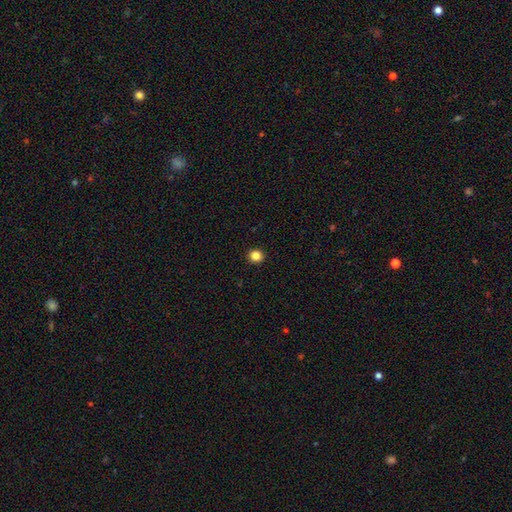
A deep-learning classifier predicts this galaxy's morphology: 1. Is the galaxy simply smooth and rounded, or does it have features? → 85% smooth, 11% star or artifact, 3% featured or disk.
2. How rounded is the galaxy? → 92% round, 7% in between, 1% cigar-shaped.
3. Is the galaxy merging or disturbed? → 93% none, 4% minor disturbance, 1% major disturbance, 1% merger.